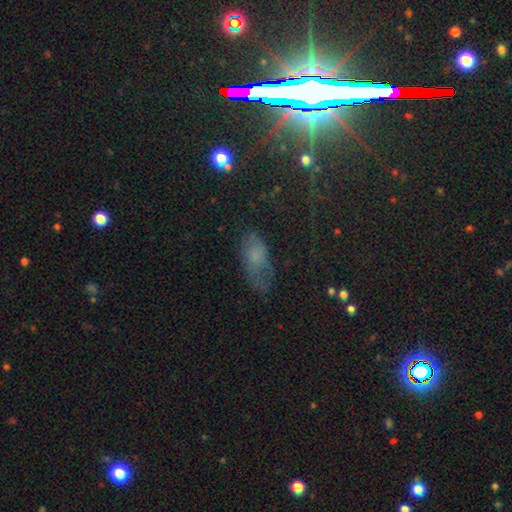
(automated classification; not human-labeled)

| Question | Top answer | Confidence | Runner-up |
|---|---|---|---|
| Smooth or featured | smooth | 57% | featured or disk (23%) |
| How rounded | in between | 85% | cigar-shaped (10%) |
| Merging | none | 58% | minor disturbance (27%) |